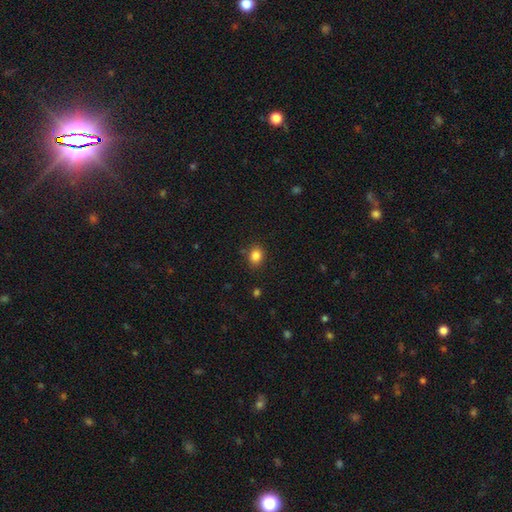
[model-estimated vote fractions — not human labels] smooth-or-featured: smooth: 84% | star or artifact: 11% | featured or disk: 5%
  how-rounded: round: 59% | in between: 40% | cigar-shaped: 1%
  merging: none: 85% | minor disturbance: 10% | major disturbance: 3% | merger: 2%